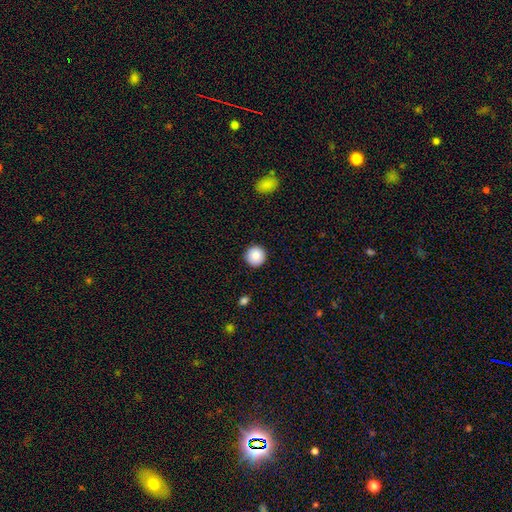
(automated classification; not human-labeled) Morphology: type=smooth (85%); roundness=round (96%); merging=none (93%).